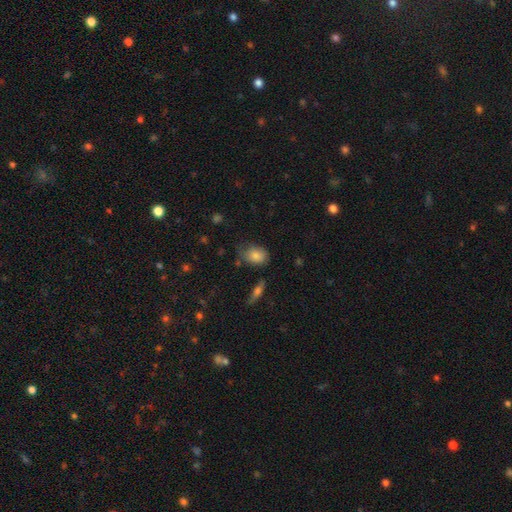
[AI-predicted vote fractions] The model was most divided on "merging": none: 54%, minor disturbance: 33%, major disturbance: 10%, merger: 3%. More confident: smooth or featured — smooth (80%); how rounded — in between (71%).